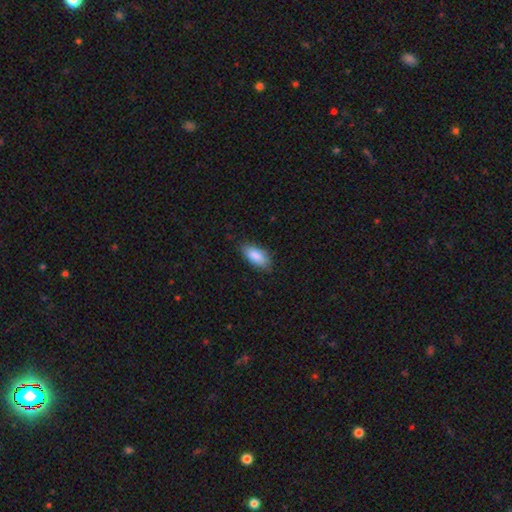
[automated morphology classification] A smooth galaxy with no disk features (88%) that is in between round and cigar-shaped (89%). Merging: none (79%).